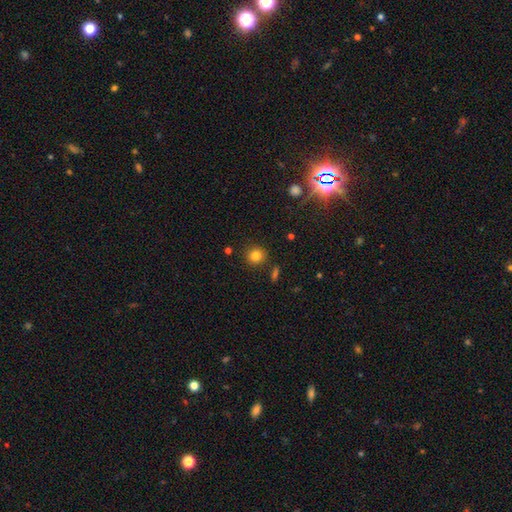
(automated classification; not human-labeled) Smooth or featured? Predicted: smooth (p=0.82). How rounded? Predicted: round (p=0.90). Merging? Predicted: none (p=0.88).